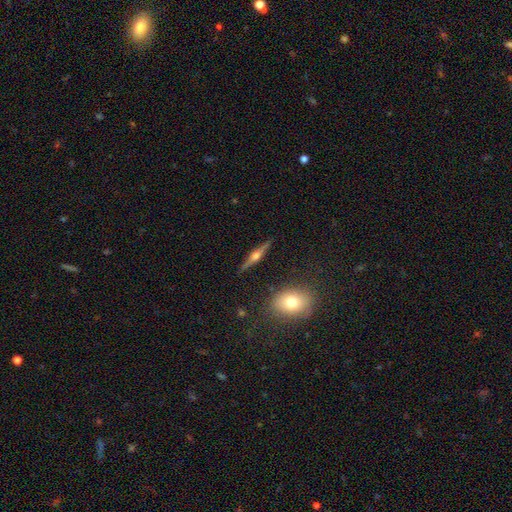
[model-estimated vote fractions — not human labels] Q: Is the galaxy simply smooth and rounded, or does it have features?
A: featured or disk — 79%.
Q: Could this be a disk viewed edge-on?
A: yes — 97%.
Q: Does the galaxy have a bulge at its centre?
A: rounded — 94%.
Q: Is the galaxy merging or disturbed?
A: none — 89%.